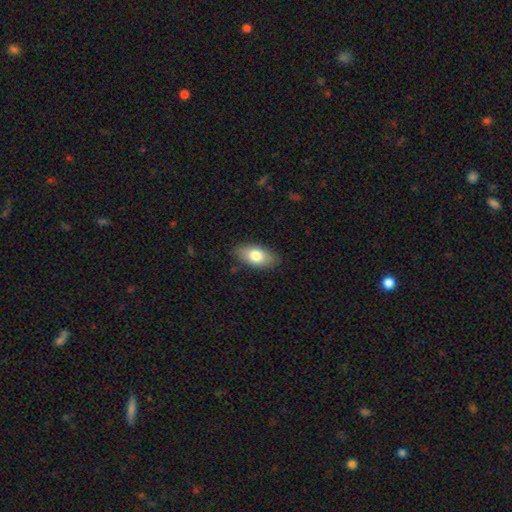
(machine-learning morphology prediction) smooth 78%, featured or disk 15%, star or artifact 6%. Down the decision tree: how rounded — in between (91%); merging — none (85%).